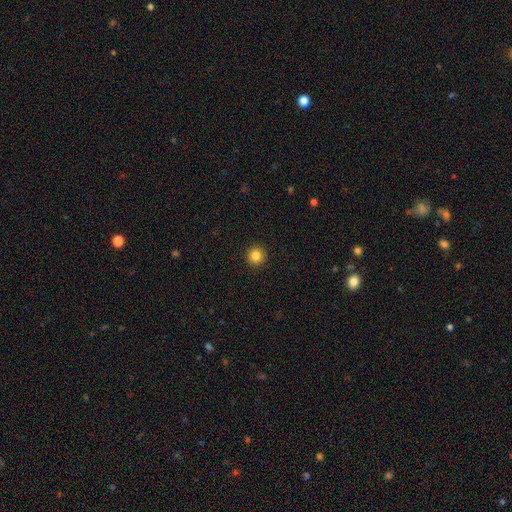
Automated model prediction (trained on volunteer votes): Morphology: type=smooth (84%); roundness=round (95%); merging=none (93%).